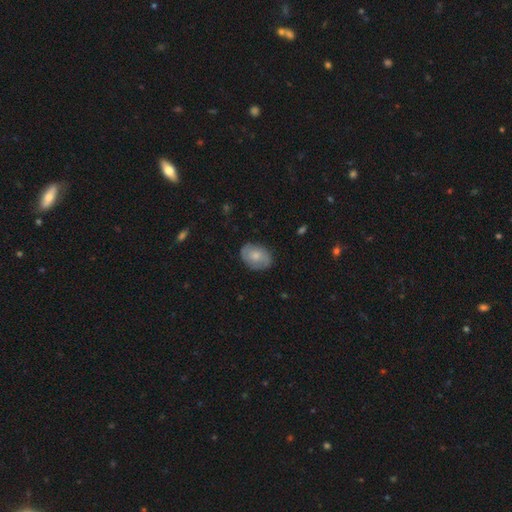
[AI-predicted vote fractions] Smooth or featured? Predicted: smooth (p=0.59). How rounded? Predicted: in between (p=0.74). Merging? Predicted: none (p=0.80).